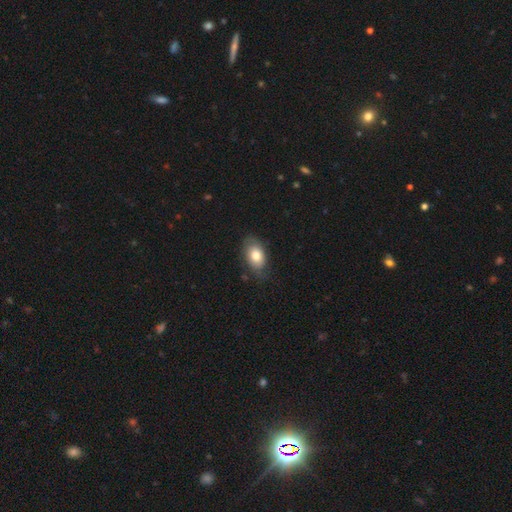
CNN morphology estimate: smooth 76%, featured or disk 17%, star or artifact 7%. Down the decision tree: how rounded — in between (87%); merging — none (70%).